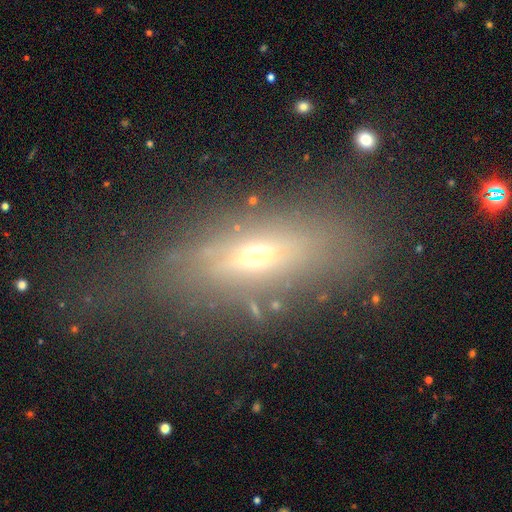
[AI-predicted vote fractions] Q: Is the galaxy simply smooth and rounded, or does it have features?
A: smooth — 46%.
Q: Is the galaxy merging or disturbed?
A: none — 66%.